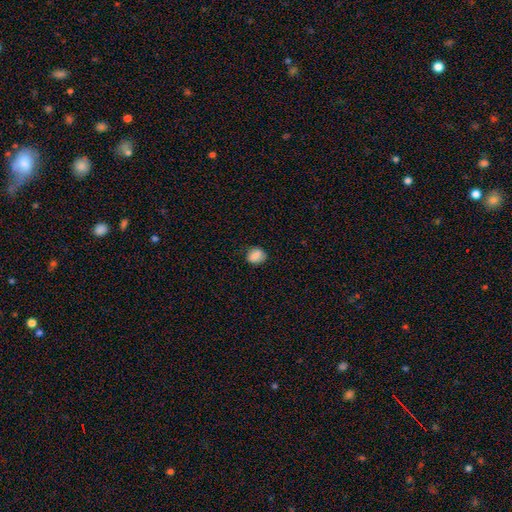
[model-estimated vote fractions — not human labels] The model was most divided on "how rounded": round: 60%, in between: 39%, cigar-shaped: 1%. More confident: smooth or featured — smooth (83%); merging — none (80%).